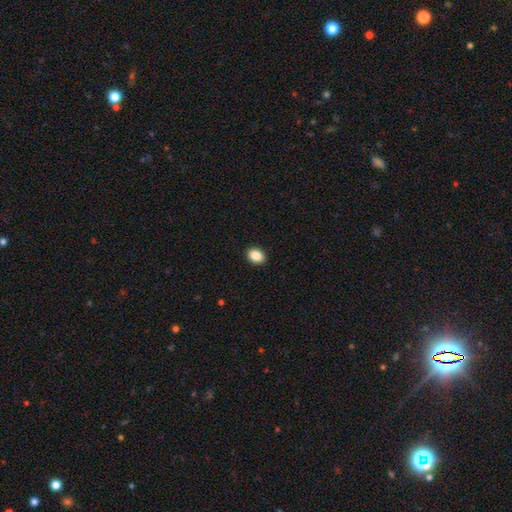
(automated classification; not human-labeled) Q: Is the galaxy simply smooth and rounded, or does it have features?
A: smooth — 87%.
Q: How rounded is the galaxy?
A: in between — 65%.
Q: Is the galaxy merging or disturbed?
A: none — 92%.